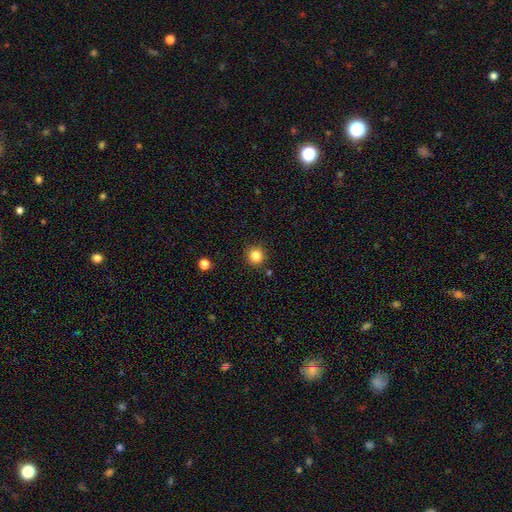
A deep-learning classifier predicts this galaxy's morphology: A smooth galaxy with no disk features (84%) that is round (94%). Merging: none (90%).